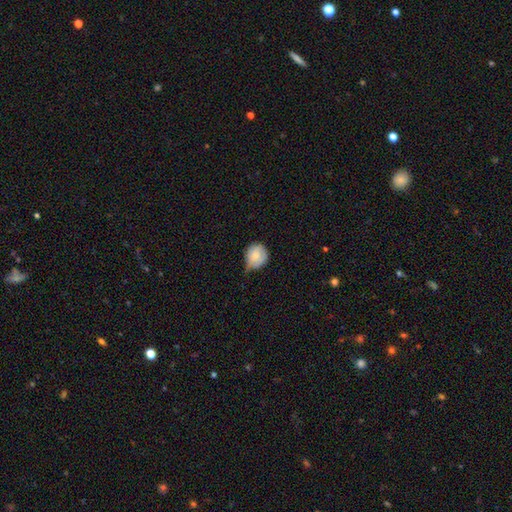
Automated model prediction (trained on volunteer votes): This appears to be a smooth galaxy with no disk features (78%) that is round (80%). Merging: minor disturbance (51%).